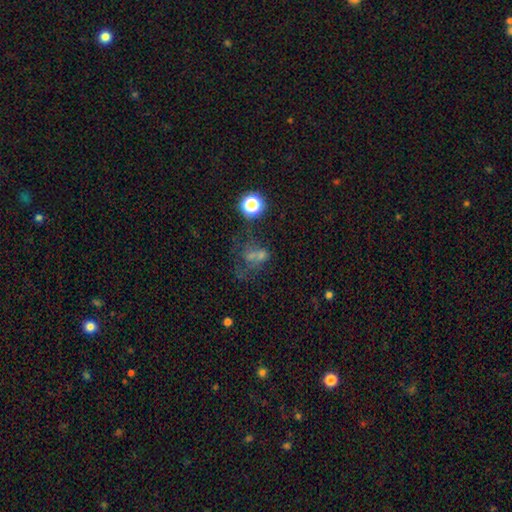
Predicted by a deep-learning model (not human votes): This appears to be a smooth galaxy with no disk features (49%). Merging: merger (40%).